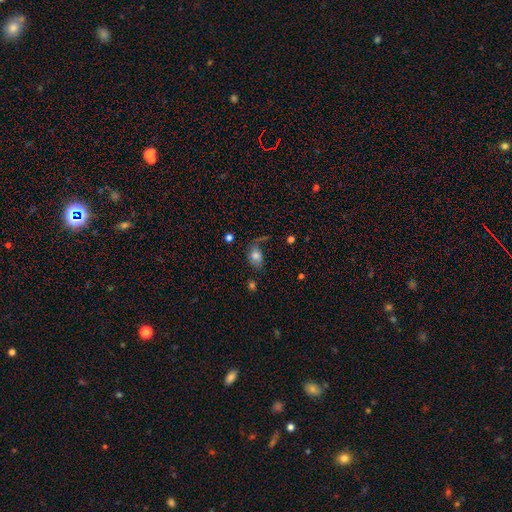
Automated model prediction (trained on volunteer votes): The model was most divided on "merging": none: 43%, minor disturbance: 26%, major disturbance: 23%, merger: 7%. More confident: how rounded — in between (76%); smooth or featured — smooth (74%).